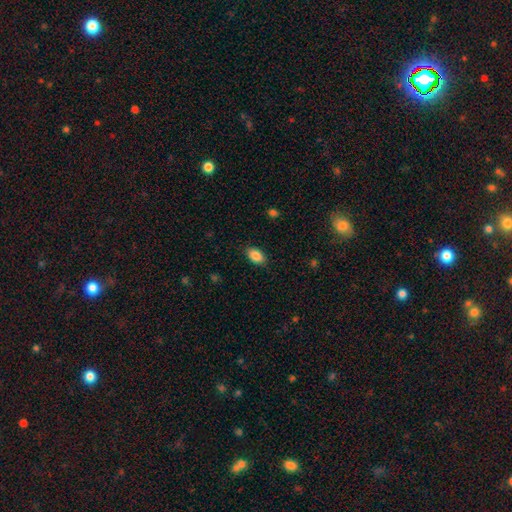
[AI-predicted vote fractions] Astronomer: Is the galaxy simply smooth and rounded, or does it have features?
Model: smooth — 87%.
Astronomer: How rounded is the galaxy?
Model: in between — 91%.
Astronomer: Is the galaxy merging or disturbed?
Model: none — 87%.